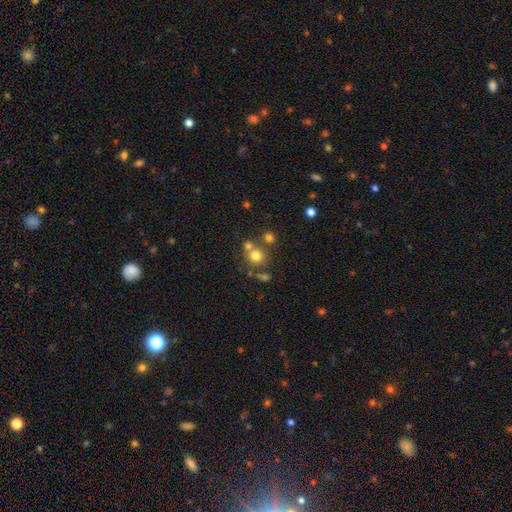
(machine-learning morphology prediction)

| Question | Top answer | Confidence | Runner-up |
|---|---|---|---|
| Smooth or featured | smooth | 73% | star or artifact (15%) |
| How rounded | round | 88% | in between (11%) |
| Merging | none | 60% | merger (28%) |